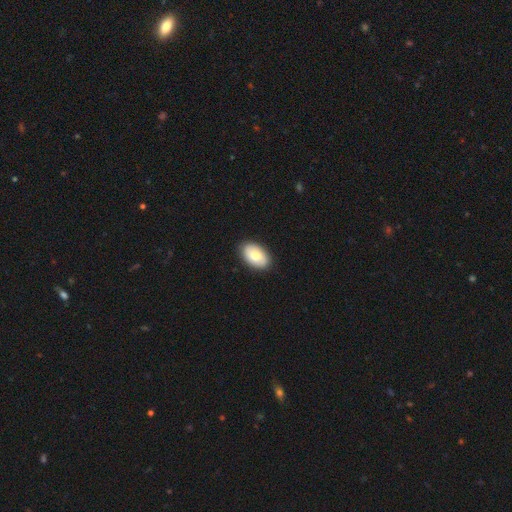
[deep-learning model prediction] Overall: smooth (76%). How rounded: in between (91%). Merging: none (89%).